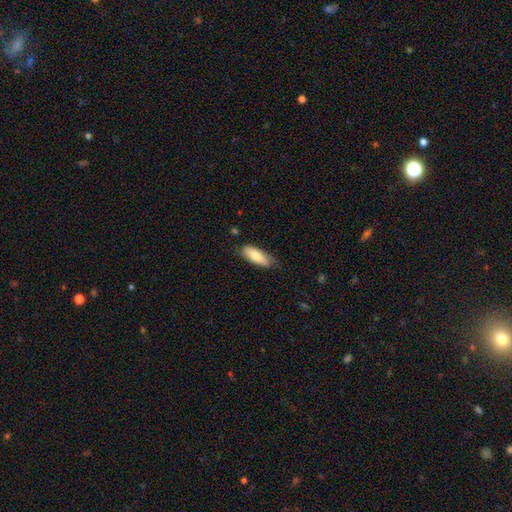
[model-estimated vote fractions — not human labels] Q: Smooth or featured?
A: smooth (77%); runner-up: featured or disk (17%)
Q: How rounded?
A: in between (70%); runner-up: cigar-shaped (28%)
Q: Merging?
A: none (71%); runner-up: minor disturbance (24%)